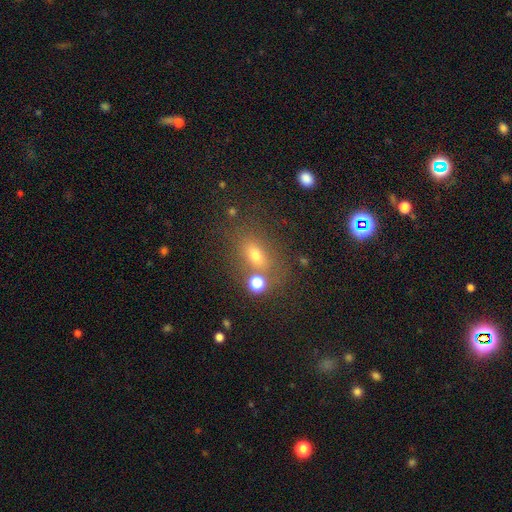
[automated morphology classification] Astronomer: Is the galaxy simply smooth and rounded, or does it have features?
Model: smooth — 67%.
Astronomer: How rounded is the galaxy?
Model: in between — 70%.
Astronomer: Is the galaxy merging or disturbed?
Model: none — 66%.